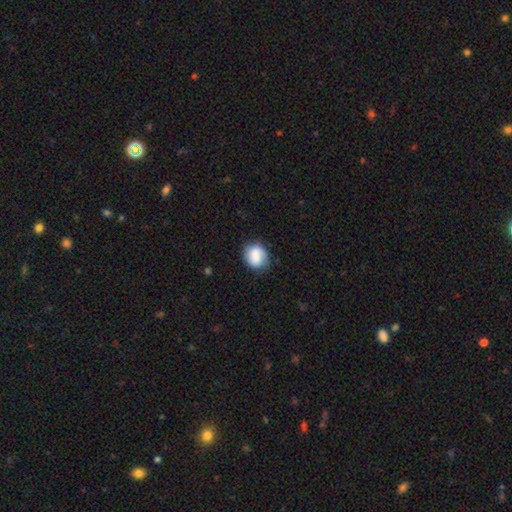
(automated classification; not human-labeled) Morphology: type=smooth (77%); roundness=round (68%); merging=none (76%).